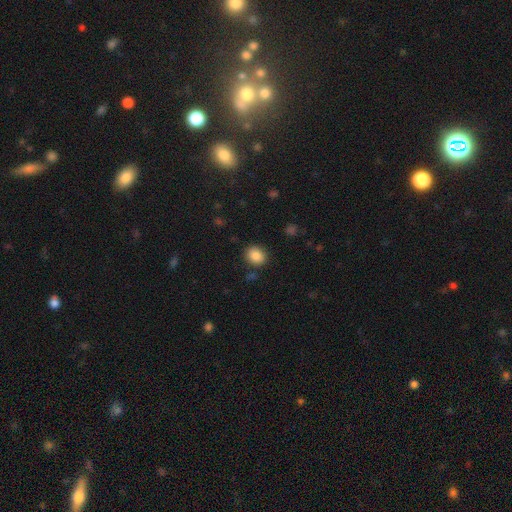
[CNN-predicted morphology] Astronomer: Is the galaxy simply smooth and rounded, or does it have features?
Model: smooth — 86%.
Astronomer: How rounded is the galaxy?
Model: round — 63%.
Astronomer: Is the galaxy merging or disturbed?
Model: none — 87%.